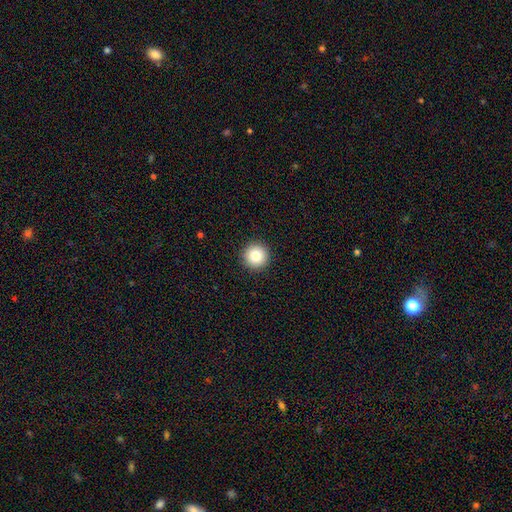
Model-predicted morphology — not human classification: A smooth galaxy with no disk features (82%) that is round (96%).

Vote fractions:
- Smooth or featured? smooth: 82% / star or artifact: 10% / featured or disk: 8%
- How rounded? round: 96% / in between: 3% / cigar-shaped: 1%
- Merging? none: 93% / minor disturbance: 4% / major disturbance: 2% / merger: 1%